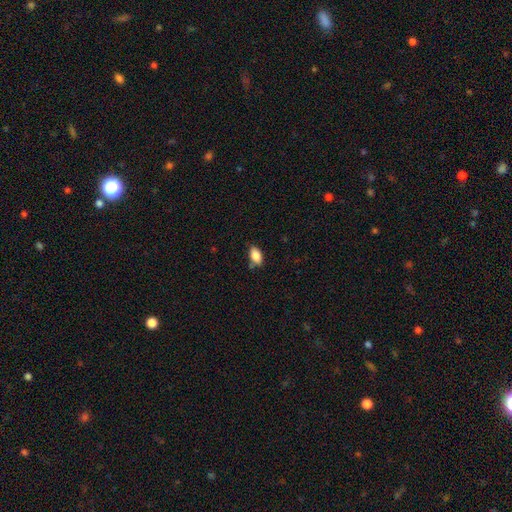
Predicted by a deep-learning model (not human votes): Overall: smooth (86%). How rounded: in between (91%). Merging: none (69%).